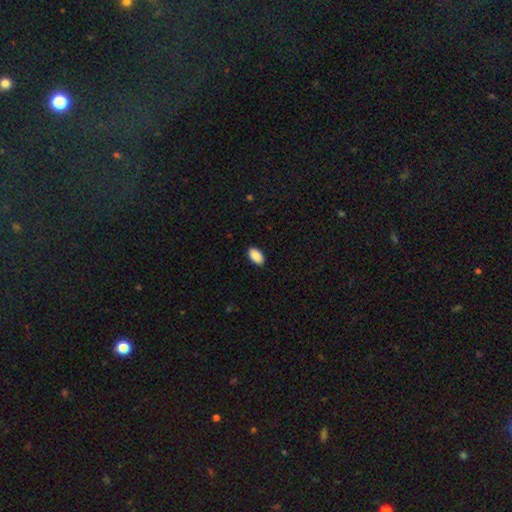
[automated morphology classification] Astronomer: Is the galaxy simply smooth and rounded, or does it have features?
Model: smooth — 90%.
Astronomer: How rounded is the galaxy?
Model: in between — 95%.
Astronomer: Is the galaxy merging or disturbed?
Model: none — 88%.